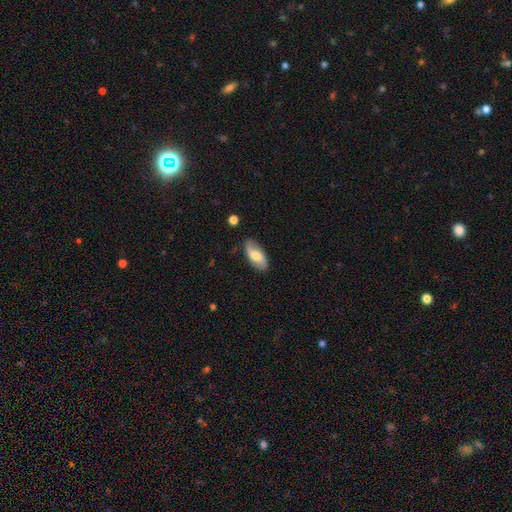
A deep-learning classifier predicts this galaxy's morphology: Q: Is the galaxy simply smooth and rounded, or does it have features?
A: smooth — 47%, tied with featured or disk.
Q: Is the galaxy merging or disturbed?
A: none — 82%.